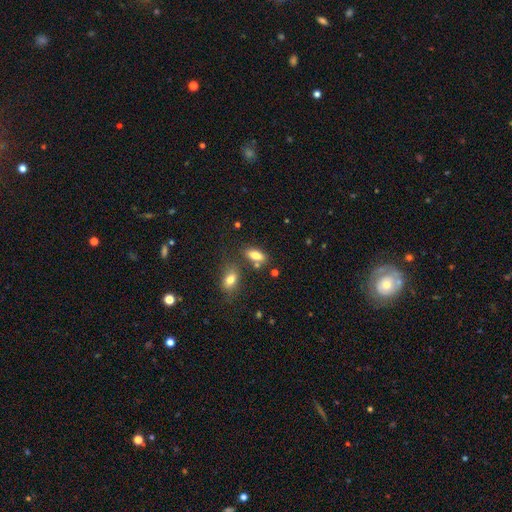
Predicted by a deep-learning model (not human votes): smooth-or-featured: smooth: 79% | featured or disk: 12% | star or artifact: 9%
  how-rounded: in between: 80% | cigar-shaped: 16% | round: 4%
  merging: none: 68% | merger: 14% | minor disturbance: 14% | major disturbance: 5%